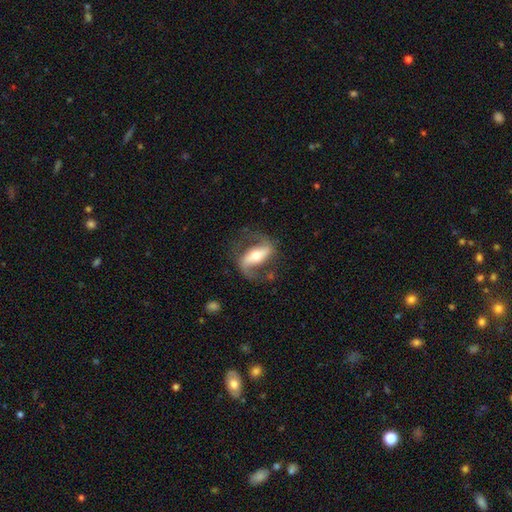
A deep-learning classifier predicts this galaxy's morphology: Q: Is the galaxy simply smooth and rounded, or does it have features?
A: featured or disk — 82%.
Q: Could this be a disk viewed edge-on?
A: no — 89%.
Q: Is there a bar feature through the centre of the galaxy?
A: strong — 59%.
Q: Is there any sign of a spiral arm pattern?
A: yes — 90%.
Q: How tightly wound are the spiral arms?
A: loose — 51%.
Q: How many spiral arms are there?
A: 2 — 89%.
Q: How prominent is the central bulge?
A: moderate — 65%.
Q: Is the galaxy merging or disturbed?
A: none — 71%.